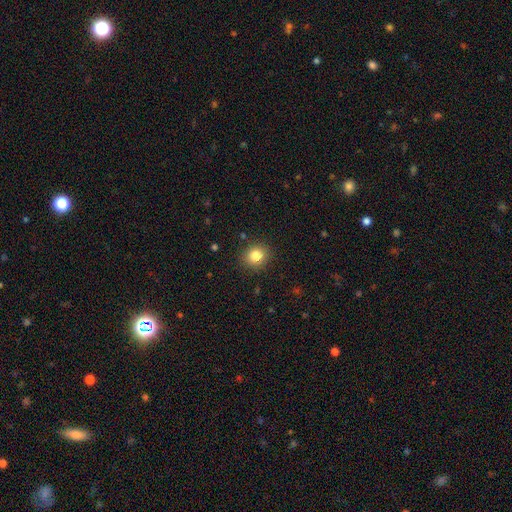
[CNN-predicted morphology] This is clearly a smooth galaxy (83%). How rounded: likely round (78%). Merging: clearly none (88%).